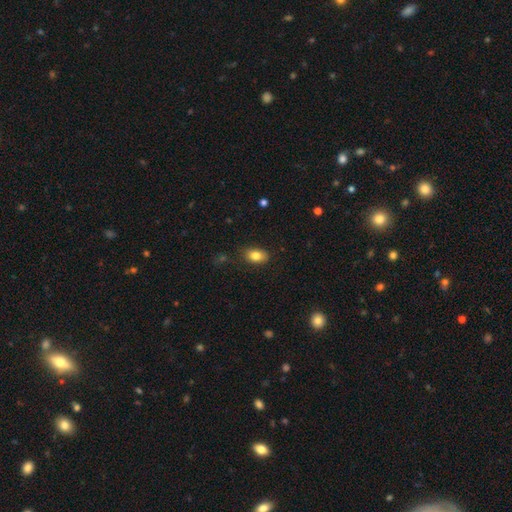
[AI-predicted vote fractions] smooth_or_featured: smooth (p=0.84) [alt: star or artifact p=0.08]
how_rounded: in between (p=0.85) [alt: round p=0.13]
merging: none (p=0.81) [alt: minor disturbance p=0.14]